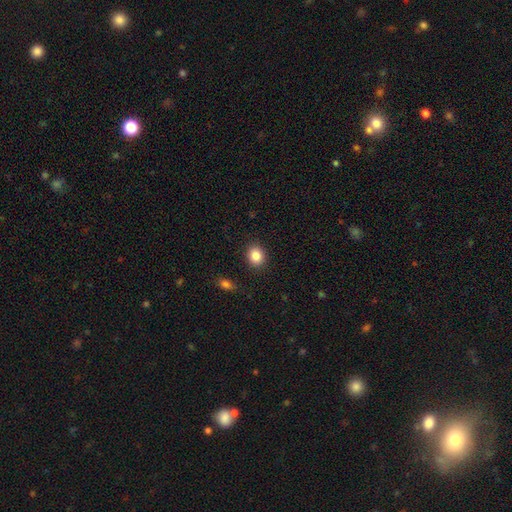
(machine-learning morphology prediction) smooth_or_featured: smooth (p=0.86) [alt: star or artifact p=0.09]
how_rounded: round (p=0.58) [alt: in between p=0.41]
merging: none (p=0.88) [alt: minor disturbance p=0.08]